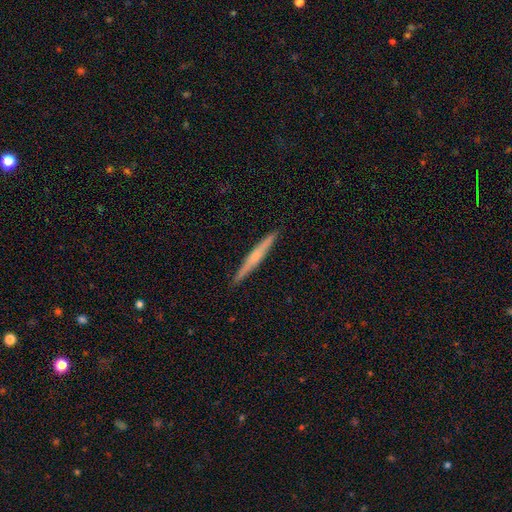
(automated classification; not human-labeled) Morphology: type=featured or disk (59%); edge-on=yes (98%); edge-on bulge=rounded (55%); merging=none (92%).